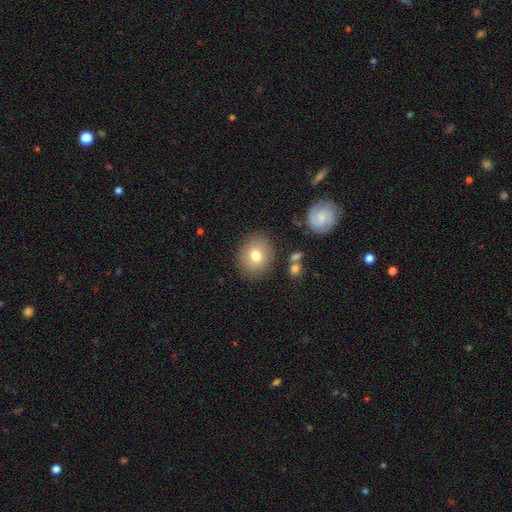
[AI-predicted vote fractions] smooth-or-featured: smooth: 74% | featured or disk: 16% | star or artifact: 10%
  how-rounded: round: 66% | in between: 33% | cigar-shaped: 1%
  merging: none: 84% | minor disturbance: 10% | major disturbance: 3% | merger: 3%